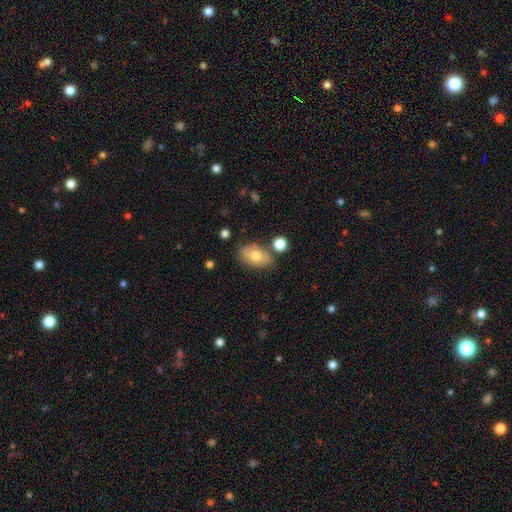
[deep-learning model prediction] Smooth or featured? smooth (72%)
How rounded? in between (88%)
Merging? none (71%)